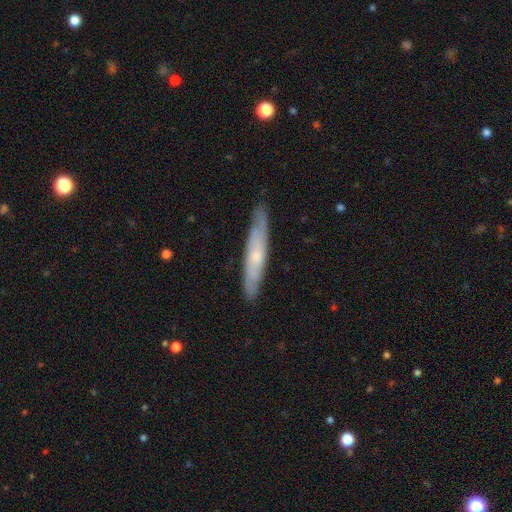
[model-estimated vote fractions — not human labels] smooth-or-featured: featured or disk: 53% | smooth: 41% | star or artifact: 6%
  disk-edge-on: yes: 73% | no: 27%
  merging: none: 85% | minor disturbance: 12% | major disturbance: 2% | merger: 1%